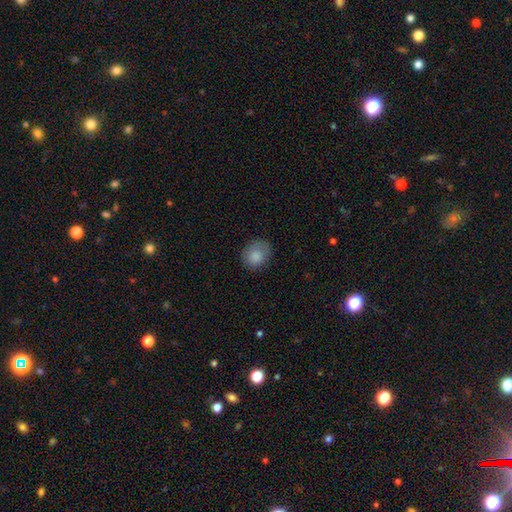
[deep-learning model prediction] smooth_or_featured: smooth (p=0.83) [alt: featured or disk p=0.08]
how_rounded: round (p=0.60) [alt: in between p=0.39]
merging: none (p=0.74) [alt: minor disturbance p=0.19]